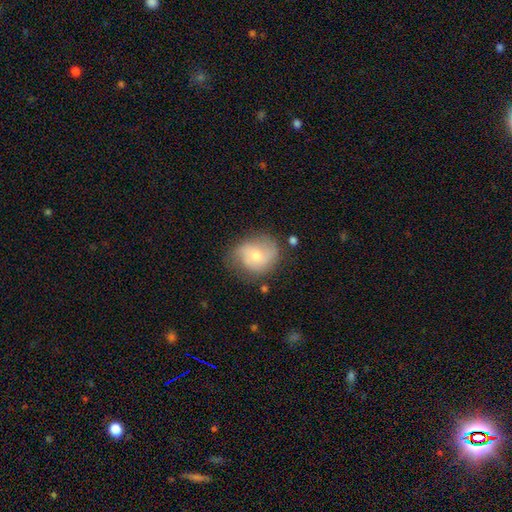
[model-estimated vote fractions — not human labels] Smooth or featured? featured or disk (46%, tied with smooth)
Merging? none (58%)